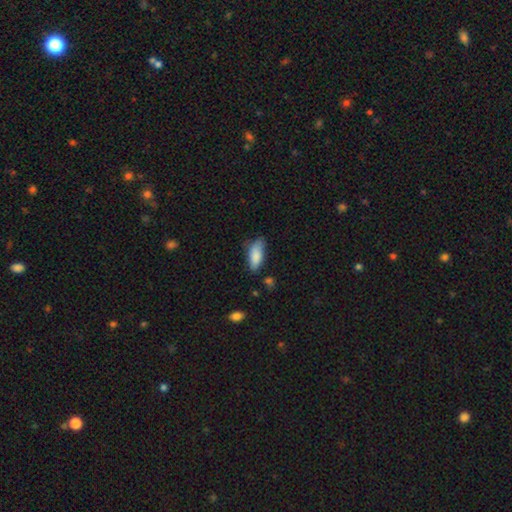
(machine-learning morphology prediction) Smooth or featured? smooth (86%)
How rounded? in between (79%)
Merging? none (60%)